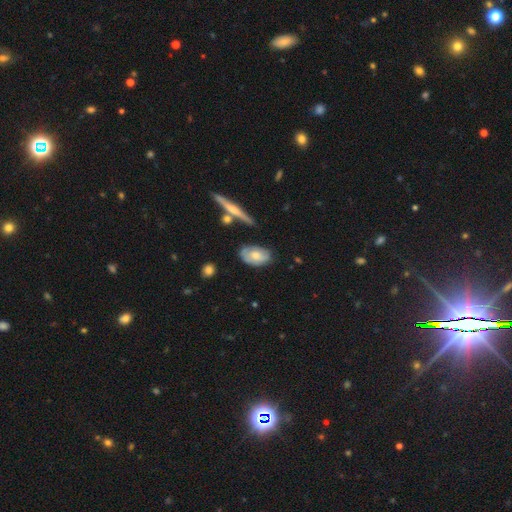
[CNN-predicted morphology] smooth_or_featured: smooth (p=0.55) [alt: featured or disk p=0.38]
how_rounded: in between (p=0.89) [alt: round p=0.08]
merging: none (p=0.63) [alt: minor disturbance p=0.26]